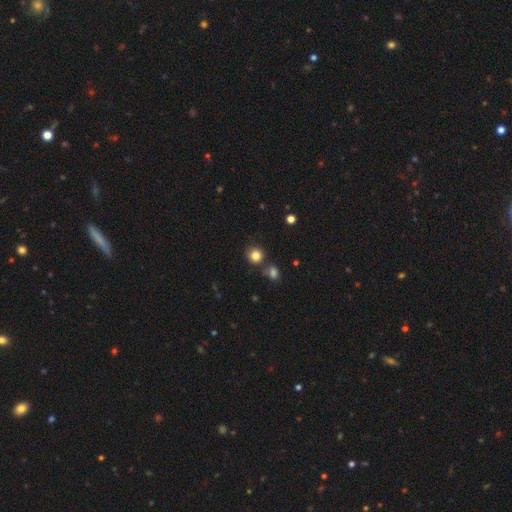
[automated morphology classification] This is clearly a smooth galaxy (83%). How rounded: clearly round (89%). Merging: likely none (78%).